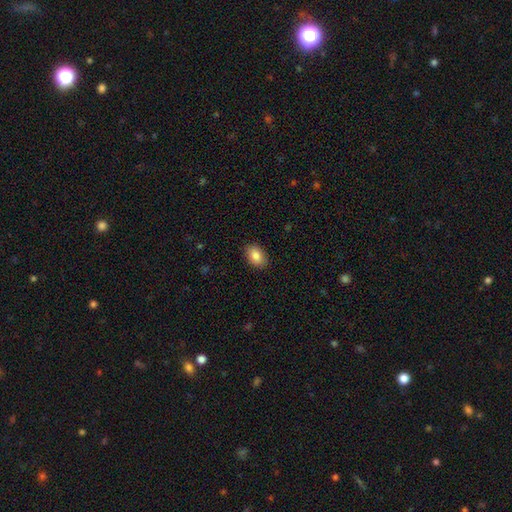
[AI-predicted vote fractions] The model was most divided on "how rounded": in between: 86%, round: 13%, cigar-shaped: 1%. More confident: merging — none (89%); smooth or featured — smooth (87%).